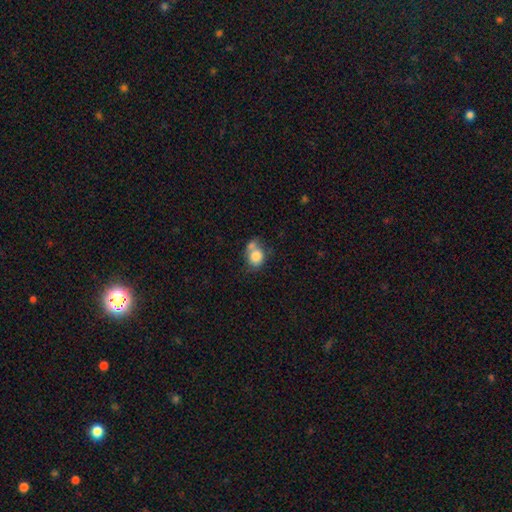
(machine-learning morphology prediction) Overall: smooth (80%). How rounded: round (59%; in between 40%). Merging: merger (38%, tied with none).